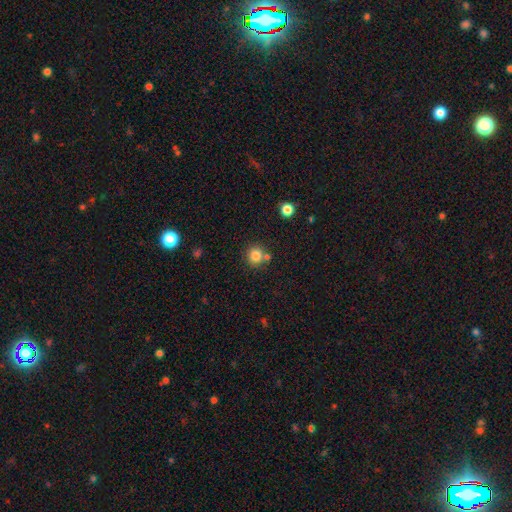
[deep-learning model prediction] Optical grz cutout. It shows a smooth galaxy with no disk features (82%) that is round (92%). Merging: none (73%).